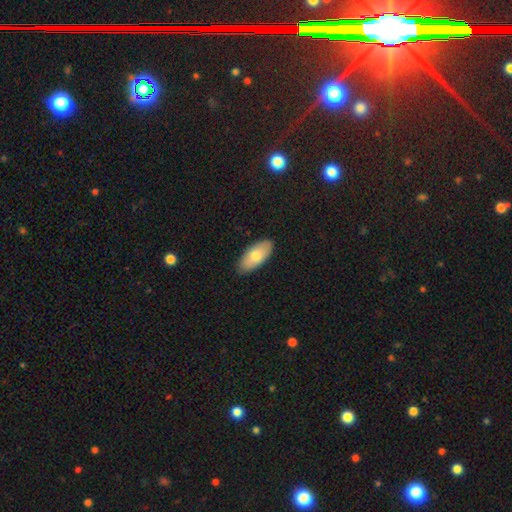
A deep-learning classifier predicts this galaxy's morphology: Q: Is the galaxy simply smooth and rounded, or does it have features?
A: smooth — 75%.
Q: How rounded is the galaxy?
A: in between — 90%.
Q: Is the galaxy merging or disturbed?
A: none — 87%.